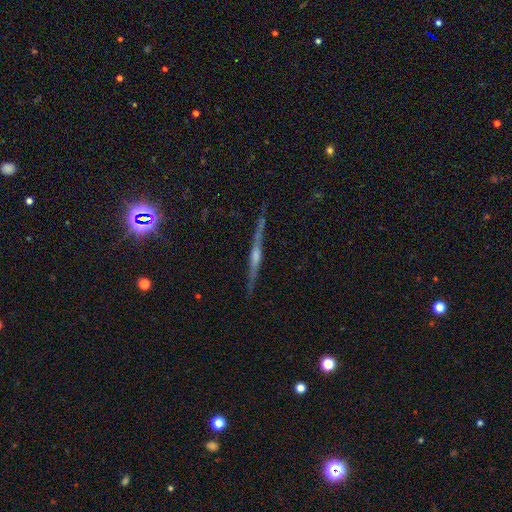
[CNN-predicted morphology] featured or disk 79%, smooth 11%, star or artifact 10%. Down the decision tree: edge-on disk — yes (98%); edge-on bulge — rounded (70%); merging — none (88%).